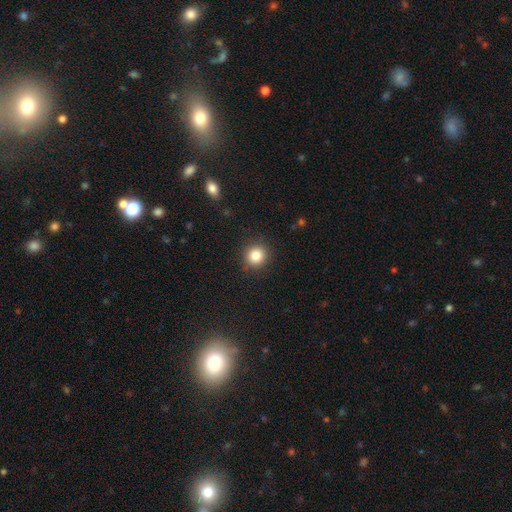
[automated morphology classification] smooth_or_featured: smooth (p=0.84) [alt: star or artifact p=0.11]
how_rounded: round (p=0.89) [alt: in between p=0.10]
merging: none (p=0.90) [alt: minor disturbance p=0.07]